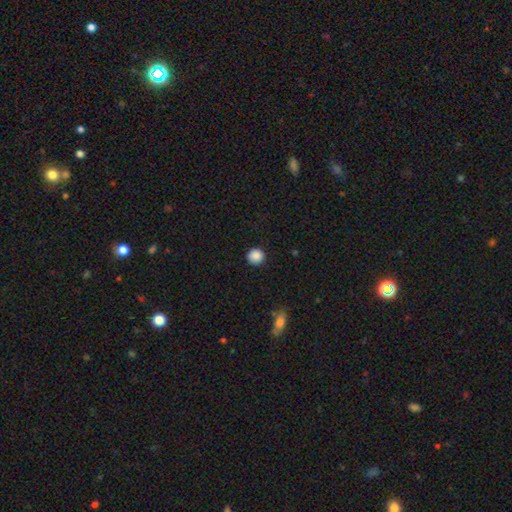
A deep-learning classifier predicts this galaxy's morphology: A smooth galaxy with no disk features (88%) that is round (92%).

Vote fractions:
- Smooth or featured? smooth: 88% / star or artifact: 9% / featured or disk: 3%
- How rounded? round: 92% / in between: 7% / cigar-shaped: 1%
- Merging? none: 91% / minor disturbance: 6% / major disturbance: 2% / merger: 1%